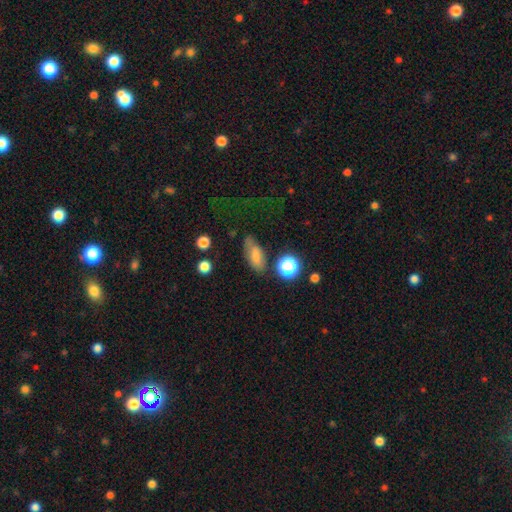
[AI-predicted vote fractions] A smooth galaxy with no disk features (58%) that is in between round and cigar-shaped (72%). Merging: none (66%).